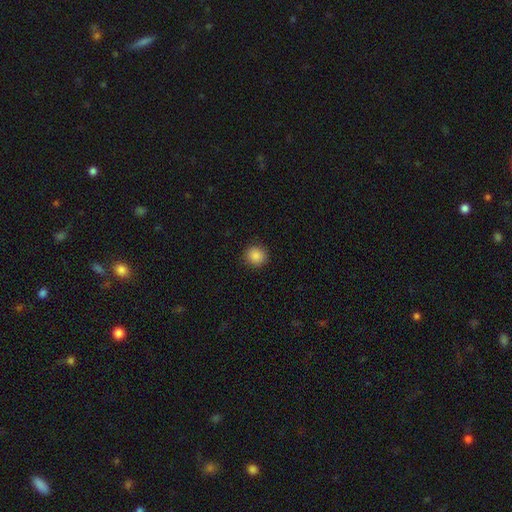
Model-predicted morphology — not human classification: smooth-or-featured: smooth: 87% | star or artifact: 9% | featured or disk: 3%
  how-rounded: round: 90% | in between: 9% | cigar-shaped: 1%
  merging: none: 90% | minor disturbance: 7% | major disturbance: 2% | merger: 1%